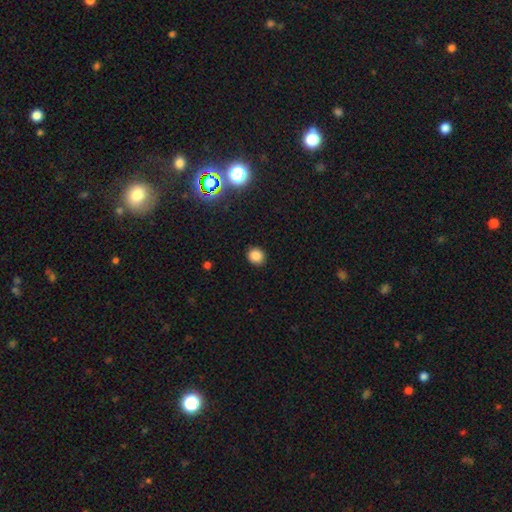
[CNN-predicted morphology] A smooth galaxy with no disk features (84%) that is round (82%).

Vote fractions:
- Smooth or featured? smooth: 84% / star or artifact: 12% / featured or disk: 4%
- How rounded? round: 82% / in between: 17% / cigar-shaped: 1%
- Merging? none: 91% / minor disturbance: 6% / major disturbance: 2% / merger: 1%